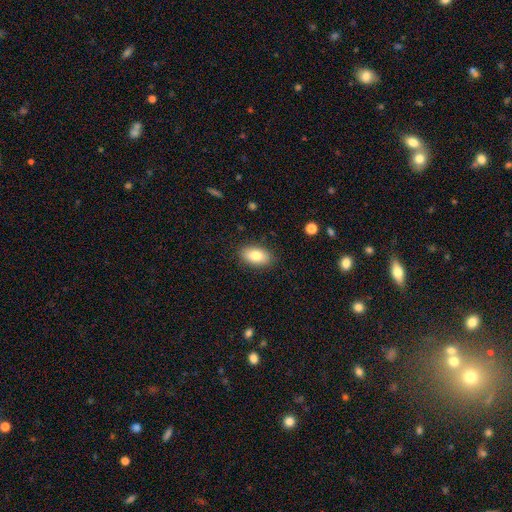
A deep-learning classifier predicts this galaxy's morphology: A smooth galaxy with no disk features (81%) that is in between round and cigar-shaped (92%).

Vote fractions:
- Smooth or featured? smooth: 81% / featured or disk: 12% / star or artifact: 7%
- How rounded? in between: 92% / round: 6% / cigar-shaped: 3%
- Merging? none: 87% / minor disturbance: 10% / major disturbance: 3% / merger: 1%